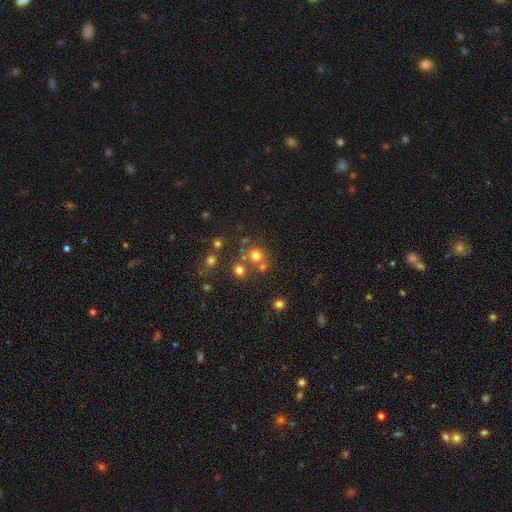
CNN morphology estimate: Overall: smooth (69%). How rounded: round (89%). Merging: none (63%; merger 25%).